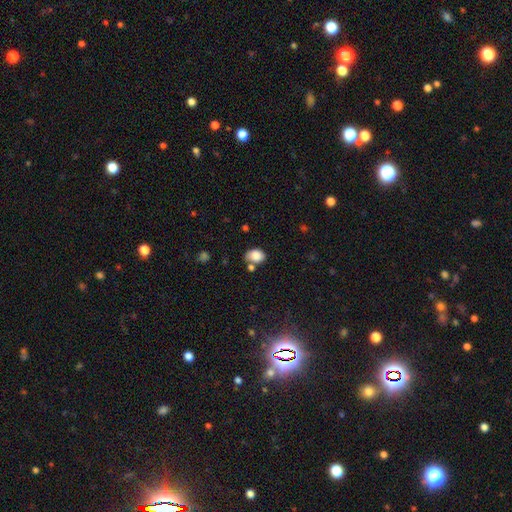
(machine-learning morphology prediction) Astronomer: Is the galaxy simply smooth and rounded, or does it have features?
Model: smooth — 84%.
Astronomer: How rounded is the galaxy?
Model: in between — 71%.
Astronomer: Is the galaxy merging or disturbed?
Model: none — 57%.